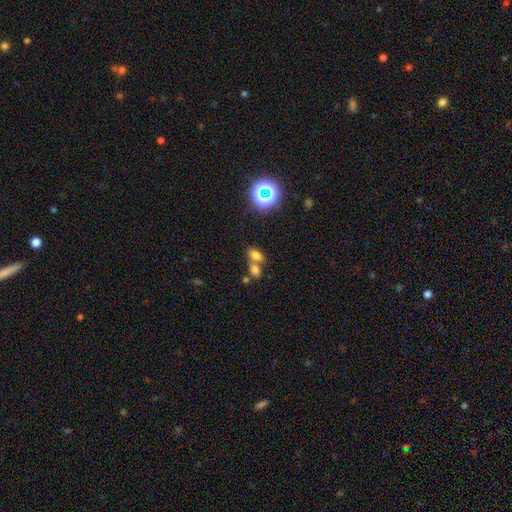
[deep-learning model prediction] smooth 68%, star or artifact 20%, featured or disk 12%. Down the decision tree: how rounded — in between (79%); merging — merger (53%).